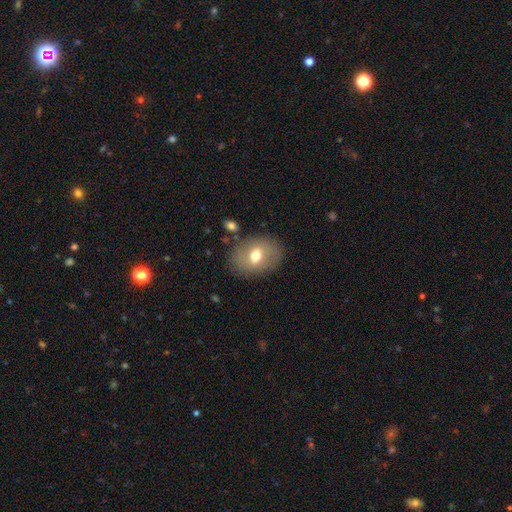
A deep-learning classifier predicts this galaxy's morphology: smooth 63%, featured or disk 29%, star or artifact 8%. Down the decision tree: how rounded — in between (71%); merging — none (81%).